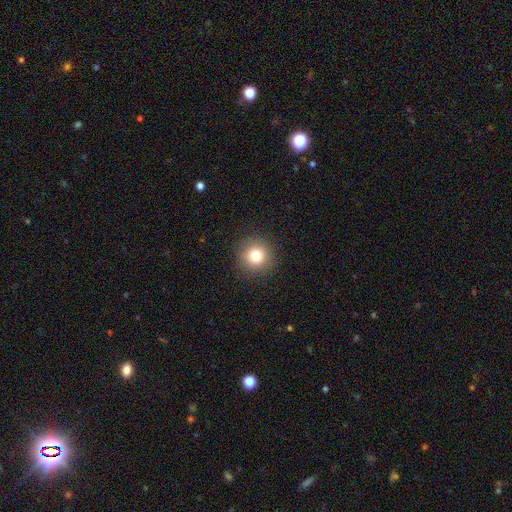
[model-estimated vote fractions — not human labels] smooth 80%, star or artifact 12%, featured or disk 8%. Down the decision tree: how rounded — round (93%); merging — none (91%).